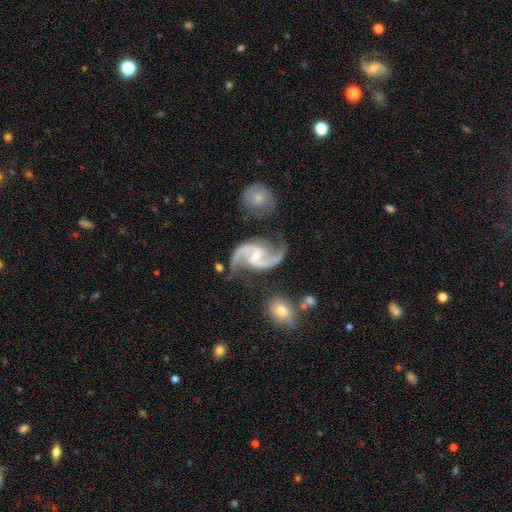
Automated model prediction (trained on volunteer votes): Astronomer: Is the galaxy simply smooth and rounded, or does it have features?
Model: featured or disk — 94%.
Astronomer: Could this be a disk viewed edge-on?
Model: no — 98%.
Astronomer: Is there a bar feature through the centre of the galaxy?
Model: weak — 41% (runner-up: no, 37%).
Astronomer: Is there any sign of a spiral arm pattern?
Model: yes — 98%.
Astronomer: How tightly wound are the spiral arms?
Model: medium — 47% (runner-up: loose, 44%).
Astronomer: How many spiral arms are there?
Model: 2 — 94%.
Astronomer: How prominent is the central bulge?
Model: small — 59% (runner-up: moderate, 37%).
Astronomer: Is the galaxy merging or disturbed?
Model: none — 70%.